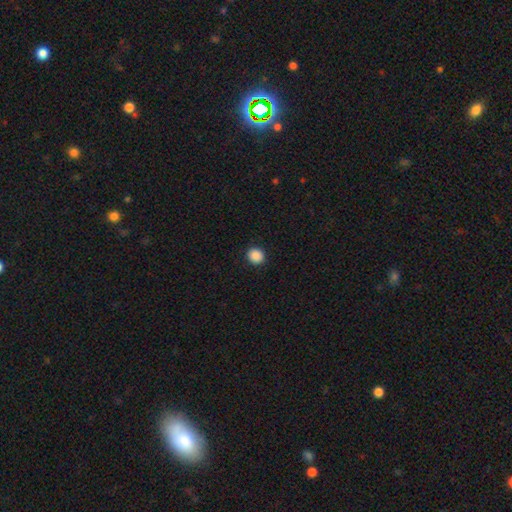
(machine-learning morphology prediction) Q: Smooth or featured?
A: smooth (89%); runner-up: star or artifact (9%)
Q: How rounded?
A: round (87%); runner-up: in between (12%)
Q: Merging?
A: none (92%); runner-up: minor disturbance (5%)